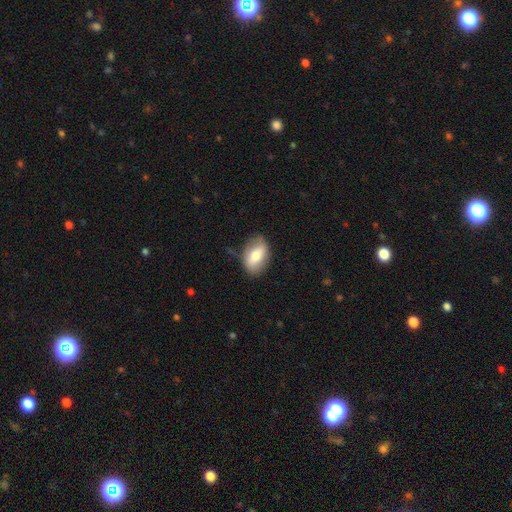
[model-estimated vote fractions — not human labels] Smooth or featured? Predicted: smooth (p=0.69). How rounded? Predicted: in between (p=0.89). Merging? Predicted: none (p=0.73).